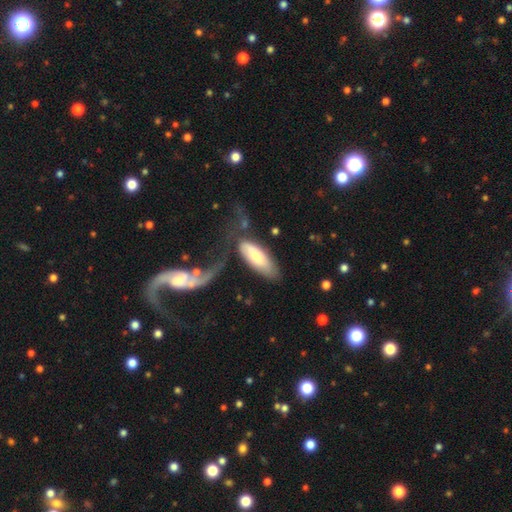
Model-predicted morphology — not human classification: Smooth or featured?
  - smooth: 68% *
  - featured or disk: 26%
  - star or artifact: 6%
How rounded?
  - in between: 76% *
  - cigar-shaped: 23%
  - round: 2%
Merging?
  - none: 34% *
  - major disturbance: 30%
  - minor disturbance: 22%
  - merger: 15%